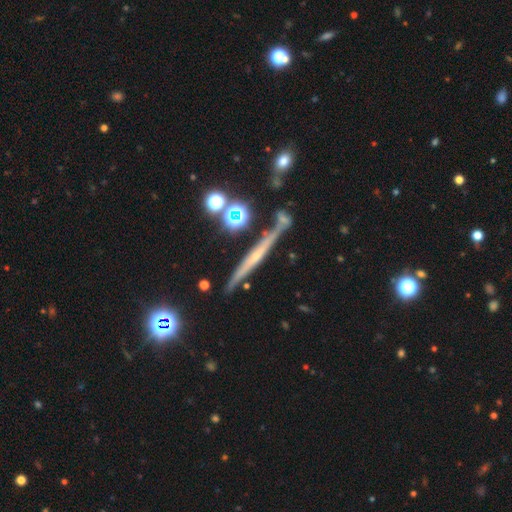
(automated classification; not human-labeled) The model was most divided on "edge-on bulge": none: 52%, rounded: 39%, boxy: 10%. More confident: edge-on disk — yes (95%); merging — none (77%); smooth or featured — featured or disk (63%).